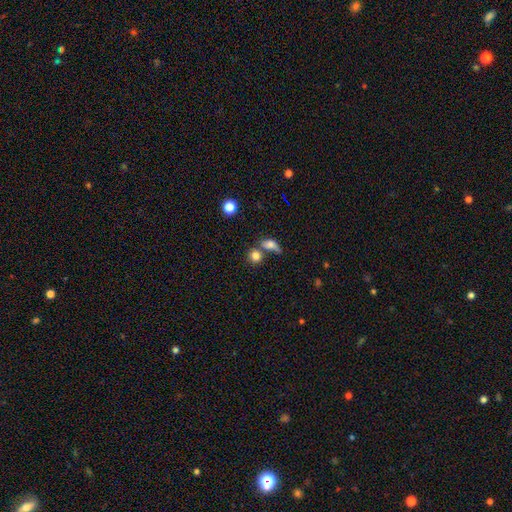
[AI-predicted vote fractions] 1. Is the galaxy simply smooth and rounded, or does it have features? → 81% smooth, 11% star or artifact, 9% featured or disk.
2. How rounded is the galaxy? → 76% round, 21% in between, 3% cigar-shaped.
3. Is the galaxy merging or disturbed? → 52% none, 33% merger, 10% minor disturbance, 5% major disturbance.